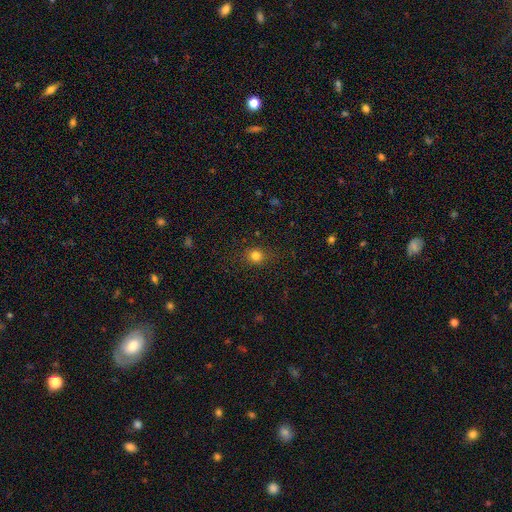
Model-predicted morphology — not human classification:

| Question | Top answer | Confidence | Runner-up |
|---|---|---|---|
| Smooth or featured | smooth | 80% | star or artifact (14%) |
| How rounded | round | 78% | in between (21%) |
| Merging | none | 85% | minor disturbance (11%) |